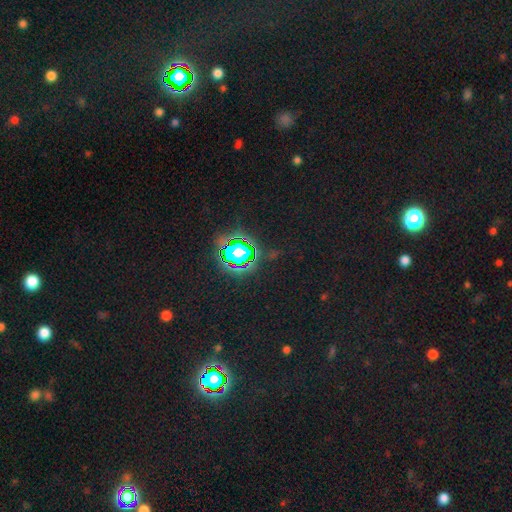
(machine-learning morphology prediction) Smooth or featured? star or artifact (80%)